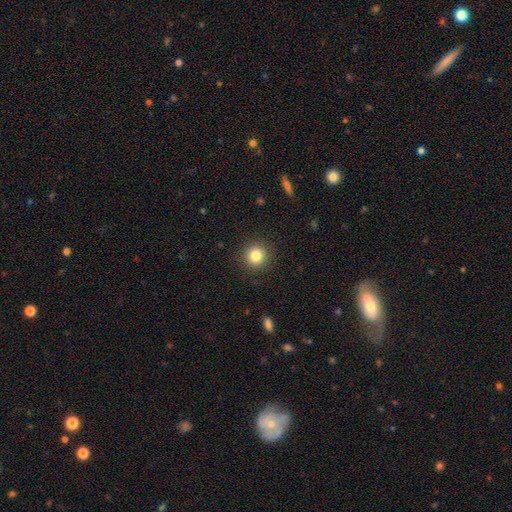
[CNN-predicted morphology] Overall: smooth (83%). How rounded: round (94%). Merging: none (91%).